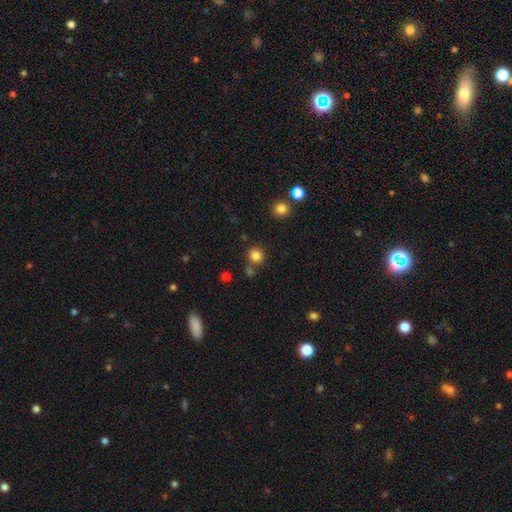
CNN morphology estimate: A smooth galaxy with no disk features (82%) that is round (91%).

Vote fractions:
- Smooth or featured? smooth: 82% / star or artifact: 13% / featured or disk: 5%
- How rounded? round: 91% / in between: 8% / cigar-shaped: 1%
- Merging? none: 75% / merger: 13% / minor disturbance: 8% / major disturbance: 3%